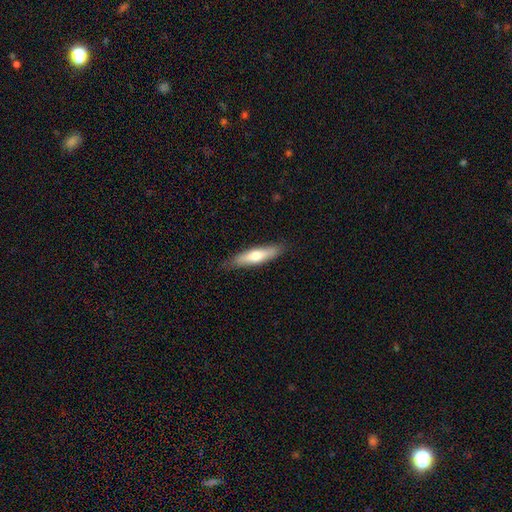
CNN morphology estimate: Smooth or featured? smooth (62%)
How rounded? cigar-shaped (73%)
Merging? none (82%)